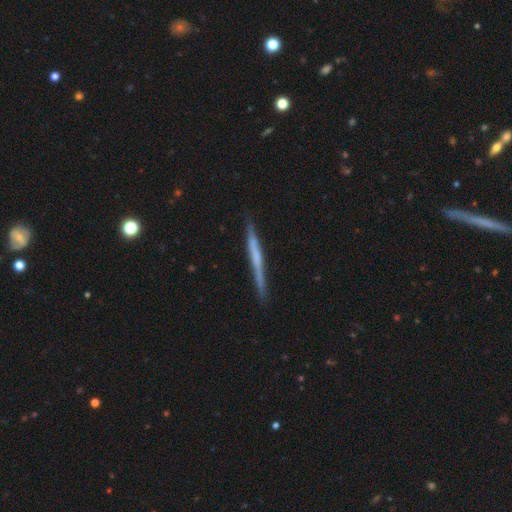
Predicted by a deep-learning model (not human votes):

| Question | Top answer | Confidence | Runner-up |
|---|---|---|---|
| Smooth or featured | featured or disk | 55% | smooth (39%) |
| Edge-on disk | yes | 97% | no (3%) |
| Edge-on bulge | none | 78% | rounded (12%) |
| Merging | none | 87% | minor disturbance (9%) |